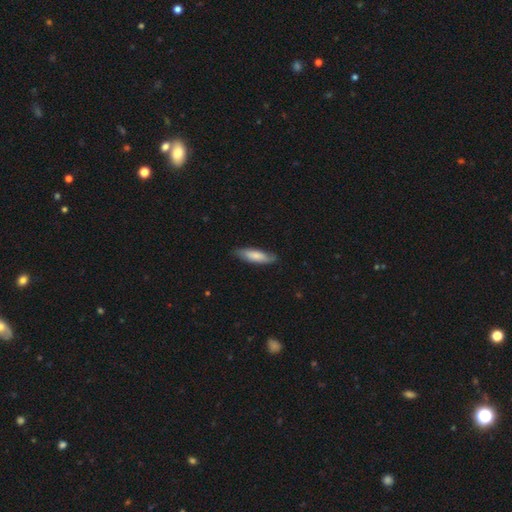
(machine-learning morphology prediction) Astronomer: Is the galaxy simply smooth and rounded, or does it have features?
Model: smooth — 73%.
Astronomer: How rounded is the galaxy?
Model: cigar-shaped — 54% (runner-up: in between, 44%).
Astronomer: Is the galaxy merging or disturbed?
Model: none — 80%.